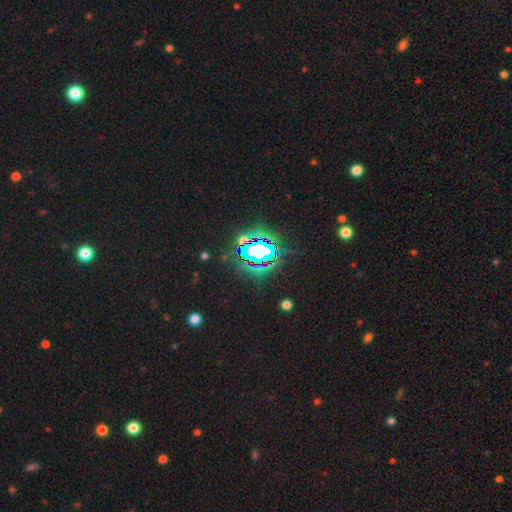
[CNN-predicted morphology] Smooth or featured? Predicted: star or artifact (p=0.82).